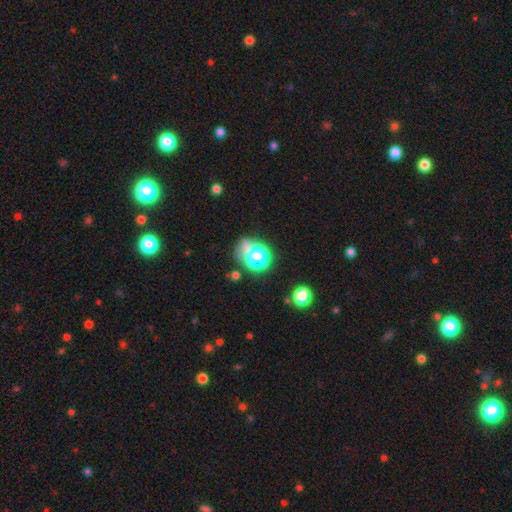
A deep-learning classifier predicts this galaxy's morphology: This appears to be a smooth galaxy with no disk features (50%) that is round (70%). Merging: none (48%).